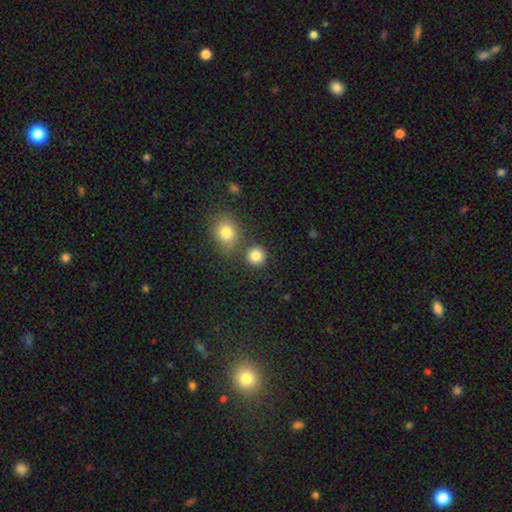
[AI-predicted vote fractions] smooth-or-featured: smooth: 84% | star or artifact: 11% | featured or disk: 5%
  how-rounded: round: 90% | in between: 9% | cigar-shaped: 1%
  merging: none: 79% | merger: 11% | minor disturbance: 7% | major disturbance: 3%